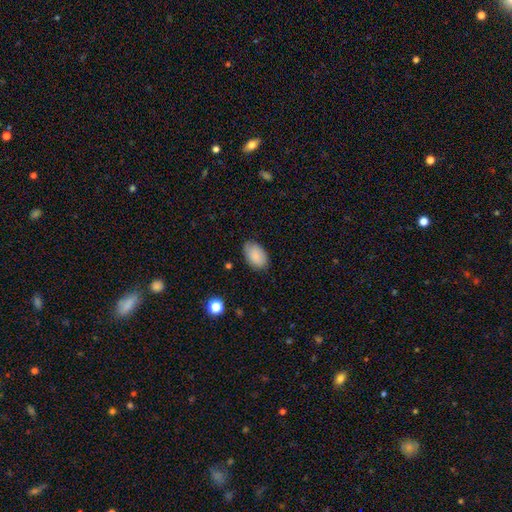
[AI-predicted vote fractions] smooth 88%, star or artifact 7%, featured or disk 5%. Down the decision tree: how rounded — in between (92%); merging — none (79%).